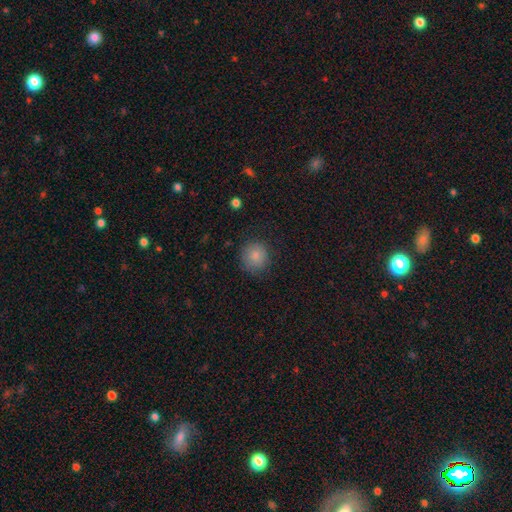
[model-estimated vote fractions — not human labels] Smooth or featured: smooth — 85% (star or artifact — 9%)
How rounded: round — 90% (in between — 9%)
Merging: none — 83% (minor disturbance — 12%)